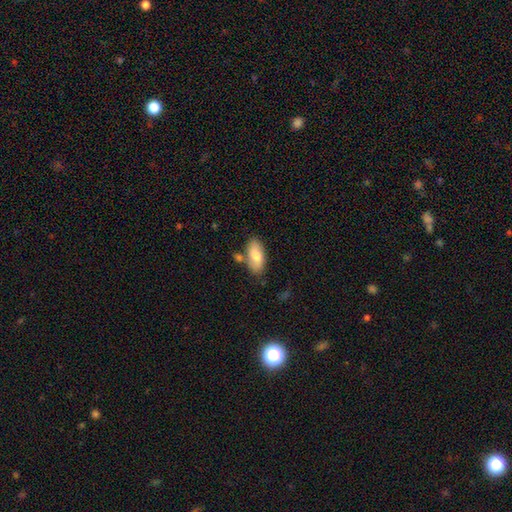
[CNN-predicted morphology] Smooth or featured?
  - smooth: 77% *
  - featured or disk: 16%
  - star or artifact: 6%
How rounded?
  - in between: 90% *
  - cigar-shaped: 7%
  - round: 3%
Merging?
  - none: 71% *
  - minor disturbance: 16%
  - merger: 9%
  - major disturbance: 3%